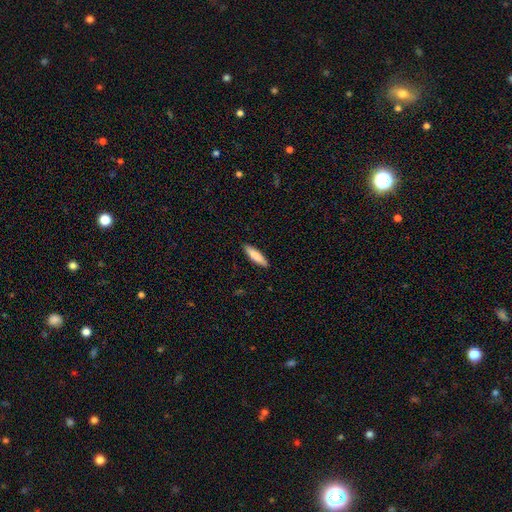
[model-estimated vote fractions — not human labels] Q: Smooth or featured?
A: smooth (82%); runner-up: featured or disk (13%)
Q: How rounded?
A: cigar-shaped (74%); runner-up: in between (25%)
Q: Merging?
A: none (89%); runner-up: minor disturbance (8%)